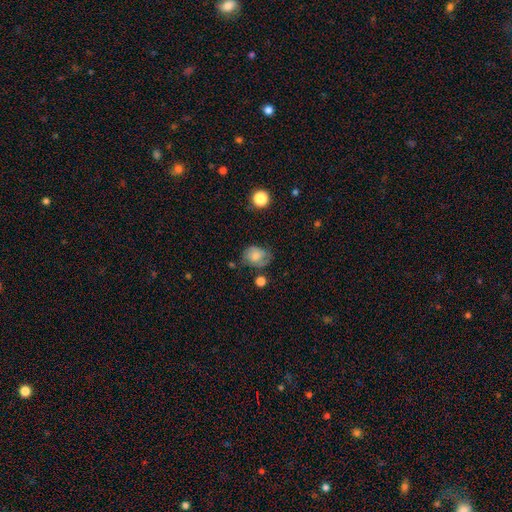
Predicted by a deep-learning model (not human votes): Smooth or featured? smooth (65%)
How rounded? in between (55%)
Merging? none (53%)